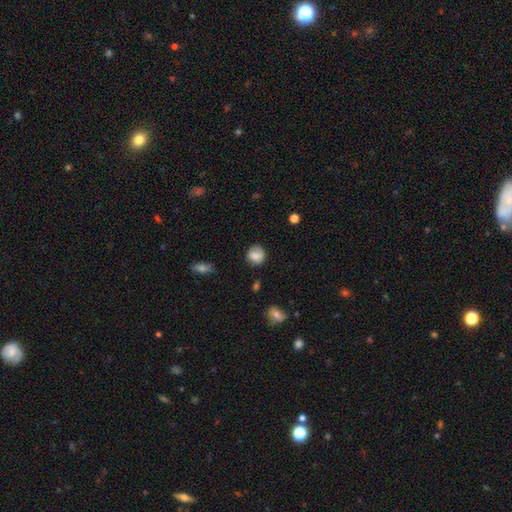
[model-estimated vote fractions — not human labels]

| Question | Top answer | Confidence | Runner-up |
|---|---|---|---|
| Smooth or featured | smooth | 79% | featured or disk (13%) |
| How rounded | round | 82% | in between (17%) |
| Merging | none | 78% | minor disturbance (16%) |